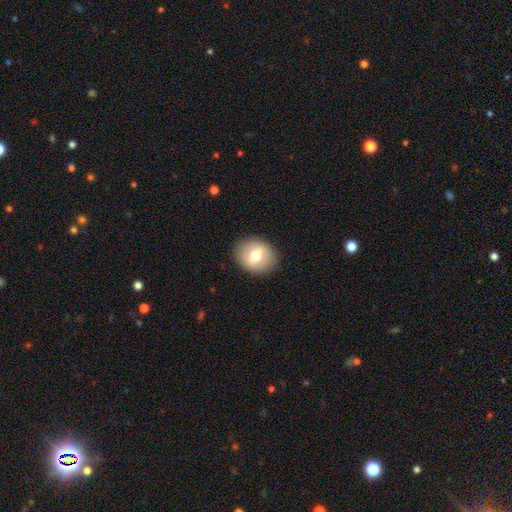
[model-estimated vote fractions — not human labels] This is likely a smooth galaxy (61%). How rounded: likely round (67%). Merging: clearly none (88%).